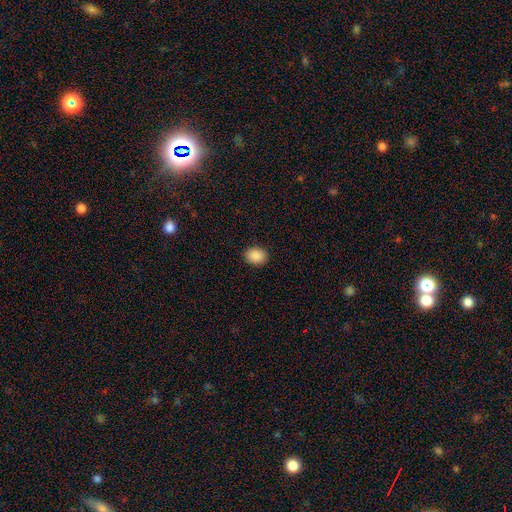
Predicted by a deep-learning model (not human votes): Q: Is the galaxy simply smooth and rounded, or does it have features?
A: smooth — 89%.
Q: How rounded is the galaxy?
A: in between — 53%.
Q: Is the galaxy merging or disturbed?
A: none — 90%.